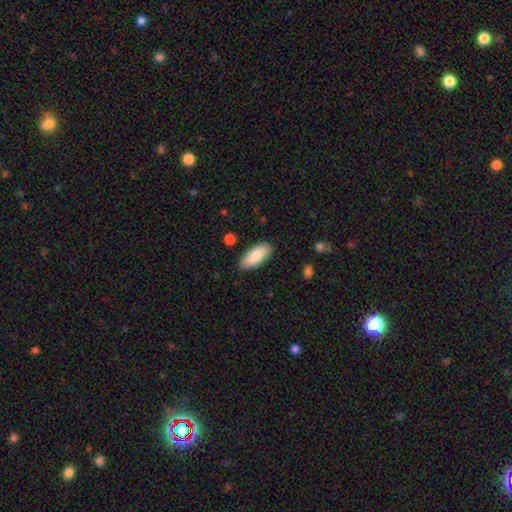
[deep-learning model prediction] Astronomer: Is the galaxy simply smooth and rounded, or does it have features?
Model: smooth — 85%.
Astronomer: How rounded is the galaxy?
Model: in between — 85%.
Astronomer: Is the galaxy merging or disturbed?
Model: none — 87%.